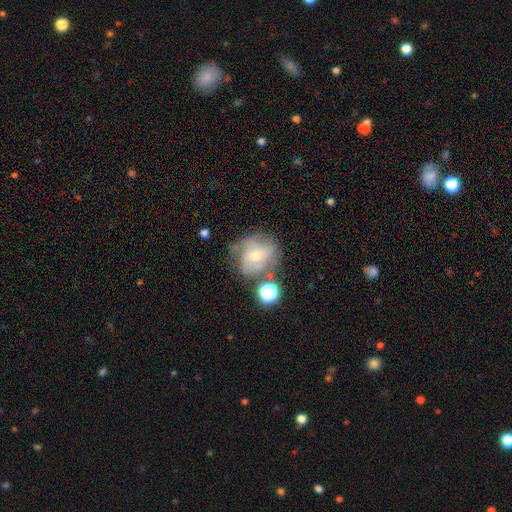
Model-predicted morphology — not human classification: This appears to be a featured or disk galaxy (50%). Merging: none (46%).